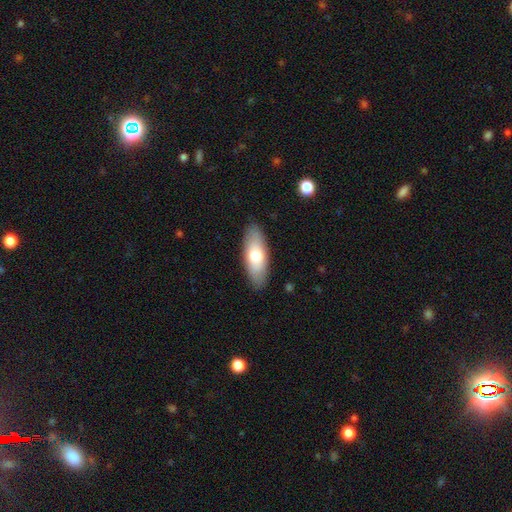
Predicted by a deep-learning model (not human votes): smooth-or-featured: smooth: 70% | featured or disk: 25% | star or artifact: 5%
  how-rounded: in between: 73% | cigar-shaped: 25% | round: 2%
  merging: none: 88% | minor disturbance: 9% | major disturbance: 2% | merger: 1%